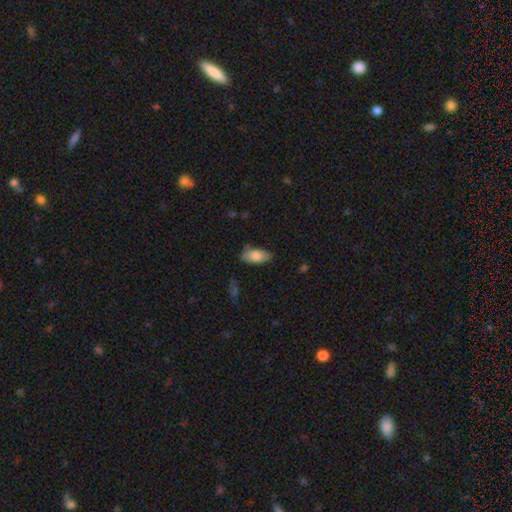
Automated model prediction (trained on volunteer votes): Q: Smooth or featured?
A: smooth (81%); runner-up: featured or disk (12%)
Q: How rounded?
A: in between (91%); runner-up: cigar-shaped (6%)
Q: Merging?
A: none (72%); runner-up: minor disturbance (22%)